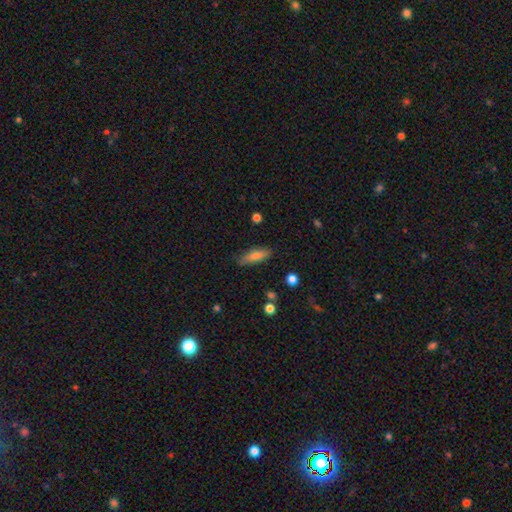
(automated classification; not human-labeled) Smooth or featured? Predicted: smooth (p=0.69). How rounded? Predicted: cigar-shaped (p=0.55). Merging? Predicted: none (p=0.80).